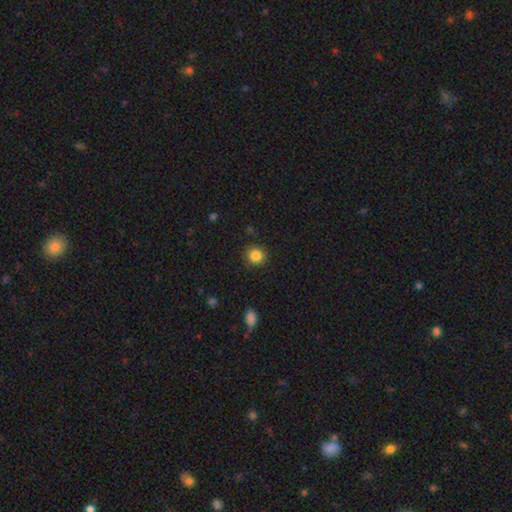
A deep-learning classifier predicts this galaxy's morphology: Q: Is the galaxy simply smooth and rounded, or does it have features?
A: smooth — 85%.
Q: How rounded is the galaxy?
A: round — 91%.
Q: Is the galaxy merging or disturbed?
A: none — 90%.